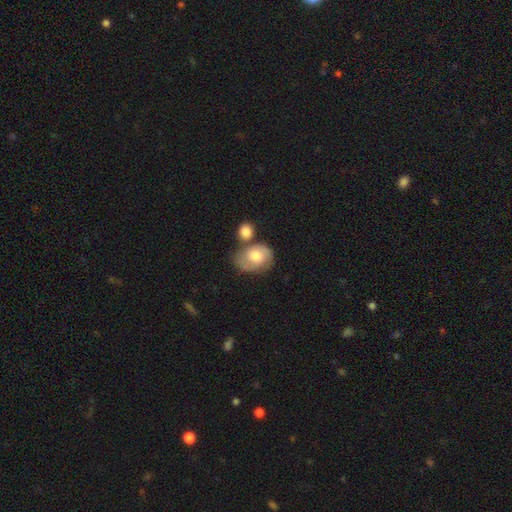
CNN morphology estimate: Smooth or featured: featured or disk — 48% (smooth — 45%)
Merging: none — 44% (merger — 27%)